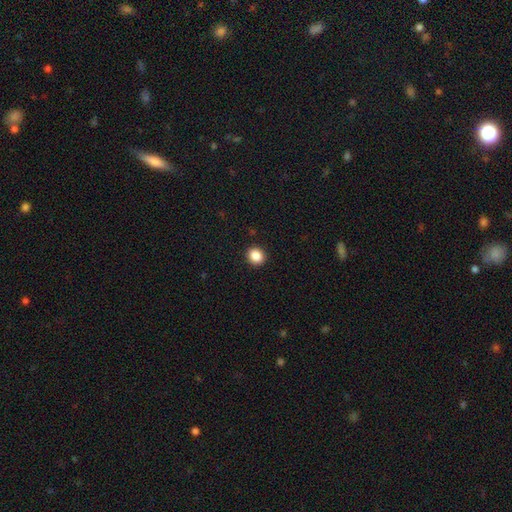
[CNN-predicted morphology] smooth_or_featured: smooth (p=0.87) [alt: star or artifact p=0.10]
how_rounded: round (p=0.74) [alt: in between p=0.25]
merging: none (p=0.92) [alt: minor disturbance p=0.05]